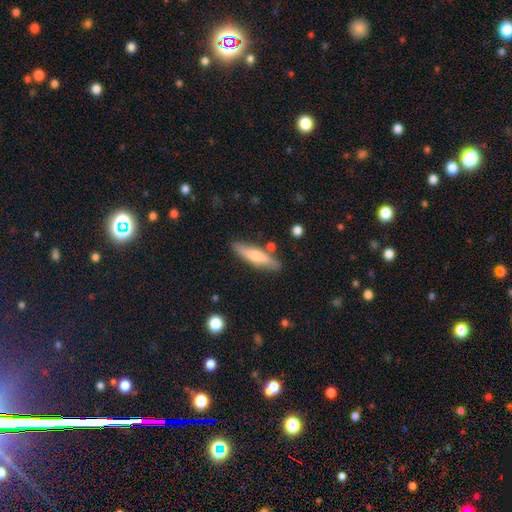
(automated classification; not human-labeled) smooth_or_featured: smooth (p=0.60) [alt: featured or disk p=0.34]
how_rounded: cigar-shaped (p=0.75) [alt: in between p=0.23]
merging: none (p=0.81) [alt: minor disturbance p=0.12]